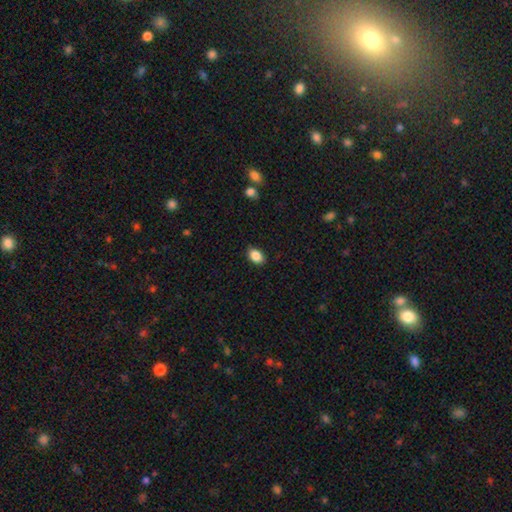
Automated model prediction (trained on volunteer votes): This appears to be a smooth galaxy with no disk features (87%) that is in between round and cigar-shaped (85%). Merging: none (88%).